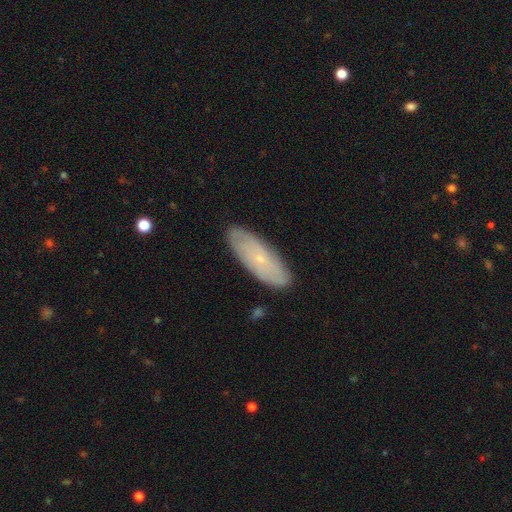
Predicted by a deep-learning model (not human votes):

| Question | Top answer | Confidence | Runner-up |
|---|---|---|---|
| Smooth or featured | featured or disk | 46% | smooth (44%) |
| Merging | none | 86% | minor disturbance (11%) |